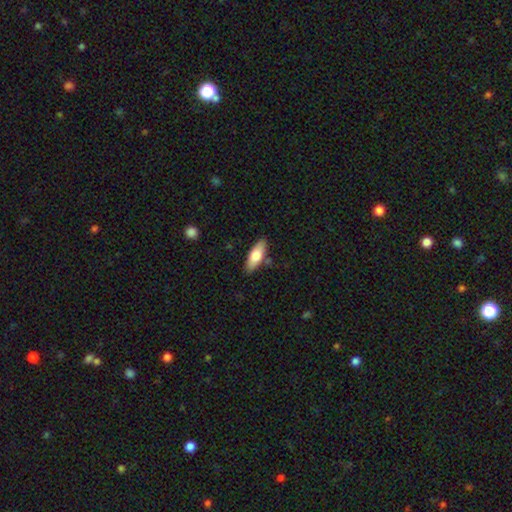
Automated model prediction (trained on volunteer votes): Smooth or featured? smooth (72%)
How rounded? in between (70%)
Merging? none (84%)